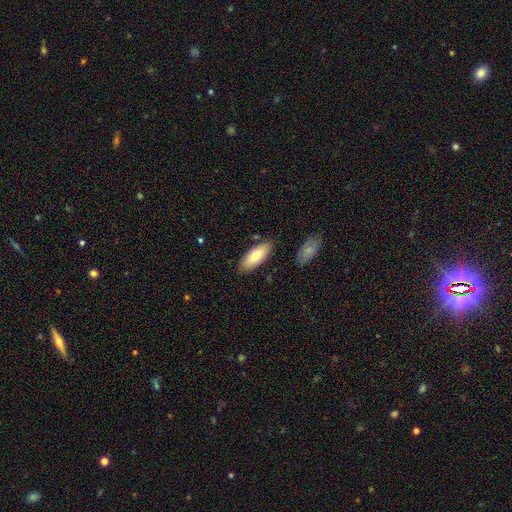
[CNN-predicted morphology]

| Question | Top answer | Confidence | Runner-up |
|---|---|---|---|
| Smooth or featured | smooth | 74% | featured or disk (20%) |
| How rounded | in between | 82% | cigar-shaped (16%) |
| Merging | none | 83% | minor disturbance (11%) |